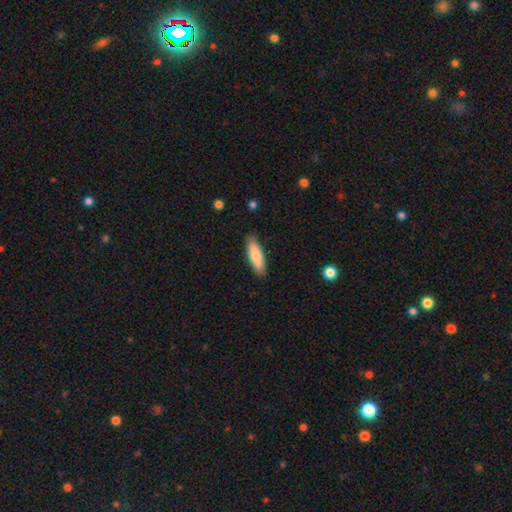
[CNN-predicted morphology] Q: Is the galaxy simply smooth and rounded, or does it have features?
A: smooth — 76%.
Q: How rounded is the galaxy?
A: in between — 50%.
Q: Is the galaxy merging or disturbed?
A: none — 87%.